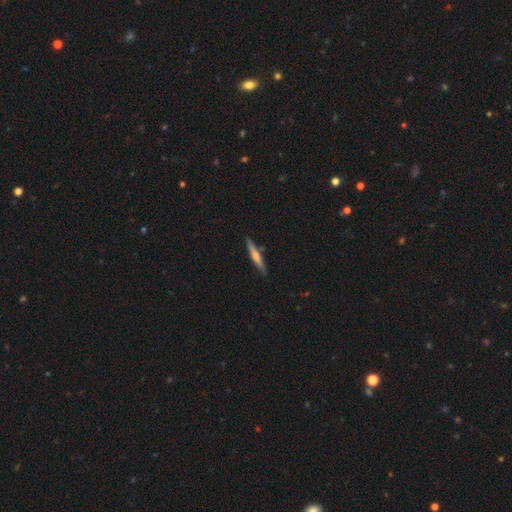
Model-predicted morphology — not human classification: Smooth or featured? smooth (48%)
Merging? none (89%)